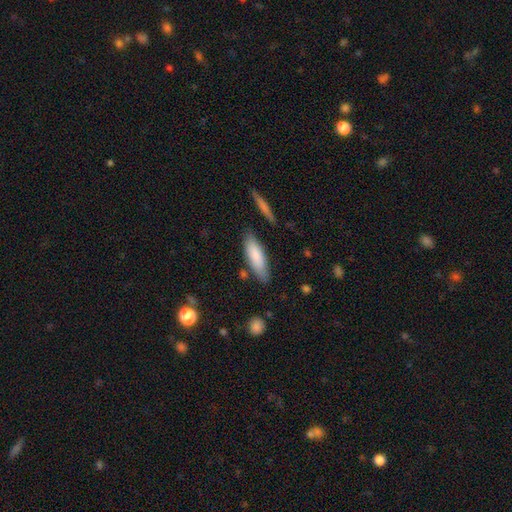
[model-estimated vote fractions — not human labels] smooth-or-featured: smooth: 83% | featured or disk: 12% | star or artifact: 6%
  how-rounded: in between: 49% (tied) | cigar-shaped: 49% (tied) | round: 2%
  merging: none: 78% | minor disturbance: 15% | merger: 4% | major disturbance: 3%